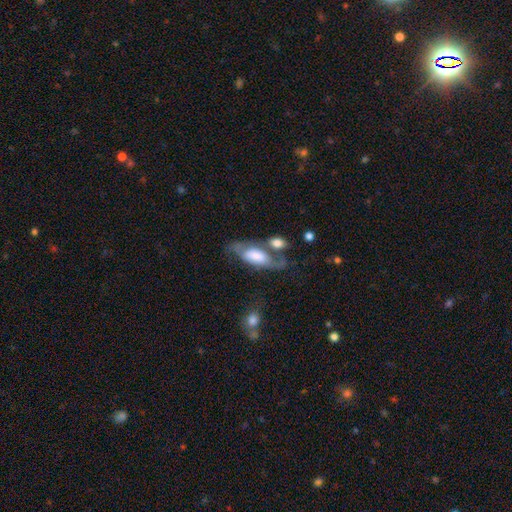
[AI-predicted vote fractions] Q: Smooth or featured?
A: featured or disk (51%); runner-up: smooth (42%)
Q: Edge-on disk?
A: no (80%); runner-up: yes (20%)
Q: Merging?
A: none (40%); runner-up: merger (23%)